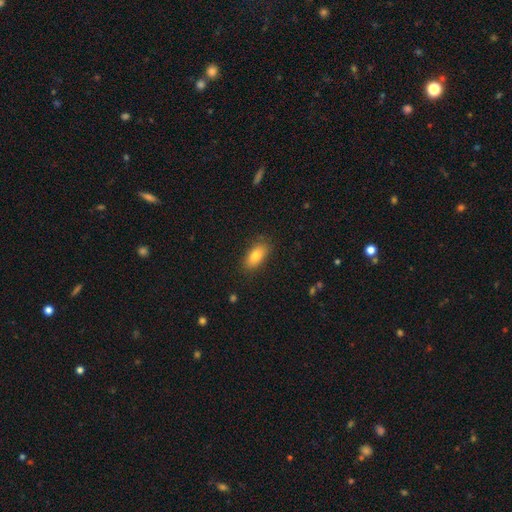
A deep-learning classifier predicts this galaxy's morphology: smooth-or-featured: smooth: 81% | featured or disk: 11% | star or artifact: 8%
  how-rounded: in between: 86% | cigar-shaped: 10% | round: 4%
  merging: none: 85% | minor disturbance: 11% | major disturbance: 3% | merger: 1%